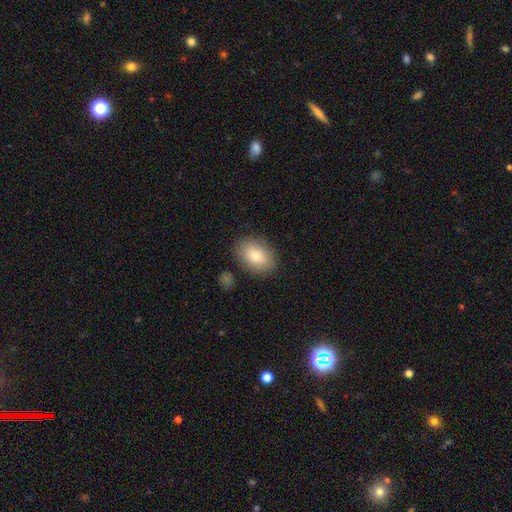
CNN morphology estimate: Overall: smooth (83%). How rounded: in between (86%). Merging: none (84%).